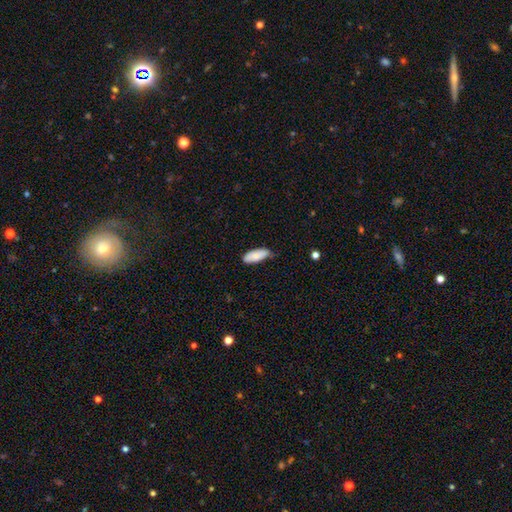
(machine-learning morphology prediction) Smooth or featured?
  - smooth: 86% *
  - featured or disk: 8%
  - star or artifact: 6%
How rounded?
  - in between: 81% *
  - cigar-shaped: 17%
  - round: 2%
Merging?
  - none: 63% *
  - minor disturbance: 30%
  - major disturbance: 4%
  - merger: 2%